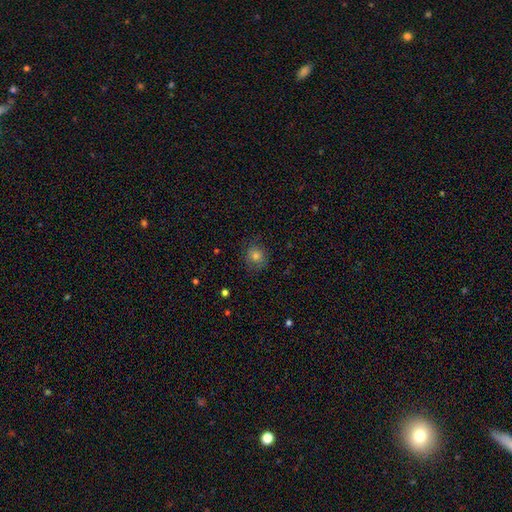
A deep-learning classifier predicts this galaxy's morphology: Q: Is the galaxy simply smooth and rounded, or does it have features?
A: smooth — 75%.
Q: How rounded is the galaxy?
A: round — 83%.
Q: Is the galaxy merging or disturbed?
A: none — 81%.